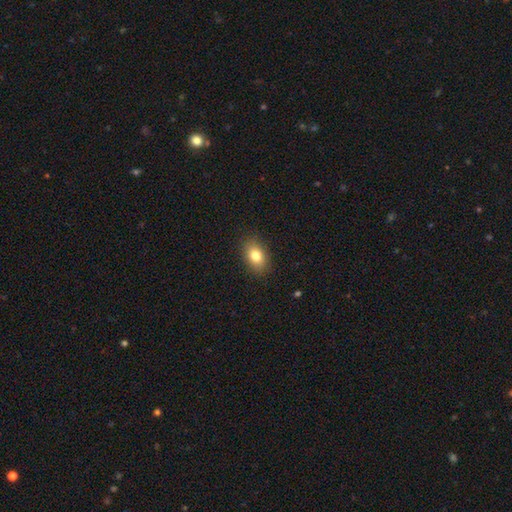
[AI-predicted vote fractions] This appears to be a smooth galaxy with no disk features (81%) that is in between round and cigar-shaped (82%). Merging: none (88%).